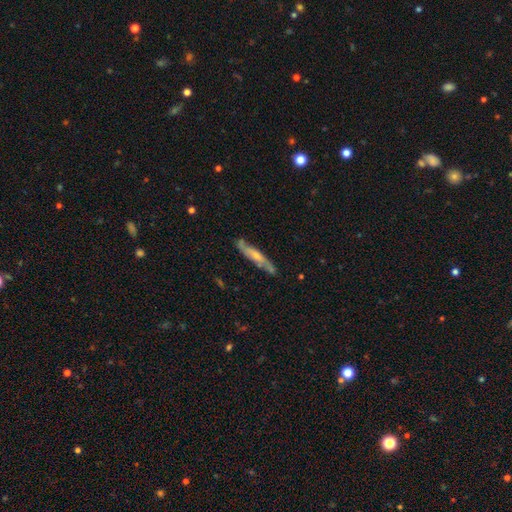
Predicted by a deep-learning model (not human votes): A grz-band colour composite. It shows a featured or disk galaxy (58%) viewed edge-on (61%). Merging: none (76%).